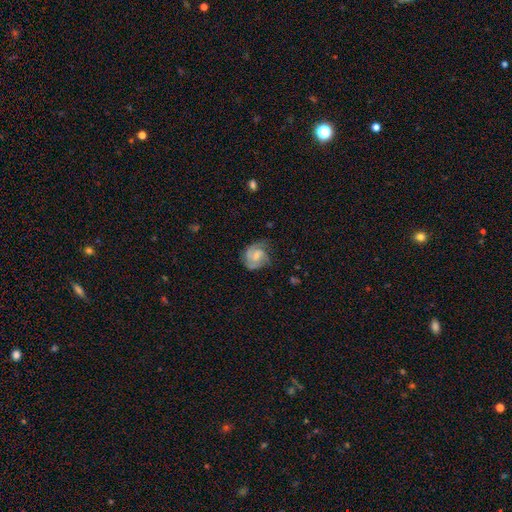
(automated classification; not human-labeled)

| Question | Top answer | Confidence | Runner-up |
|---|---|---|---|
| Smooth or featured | featured or disk | 73% | smooth (21%) |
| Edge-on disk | no | 98% | yes (2%) |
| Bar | no | 53% | weak (40%) |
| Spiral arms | yes | 93% | no (7%) |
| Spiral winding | tight | 46% | medium (42%) |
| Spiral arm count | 2 | 53% | 3 (20%) |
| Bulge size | small | 48% | moderate (38%) |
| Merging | none | 62% | minor disturbance (24%) |